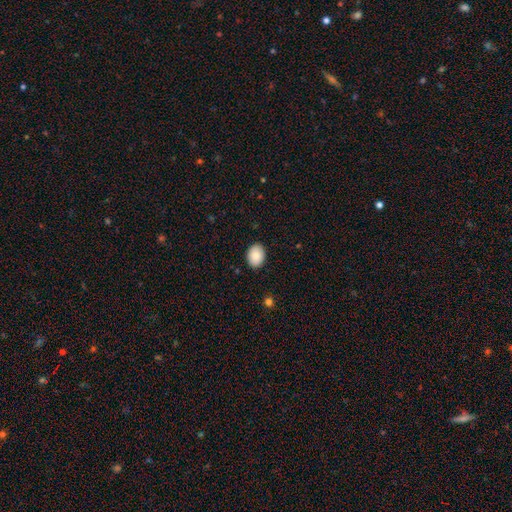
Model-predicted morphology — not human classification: Smooth or featured? Predicted: smooth (p=0.88). How rounded? Predicted: in between (p=0.73). Merging? Predicted: none (p=0.89).